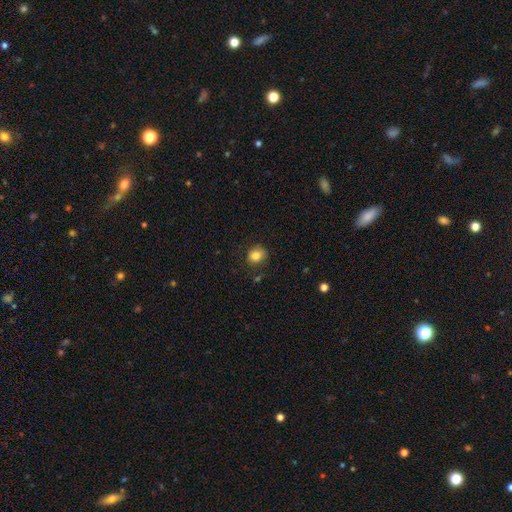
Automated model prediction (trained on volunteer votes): Smooth or featured: smooth — 84% (star or artifact — 10%)
How rounded: round — 62% (in between — 37%)
Merging: none — 76% (minor disturbance — 17%)